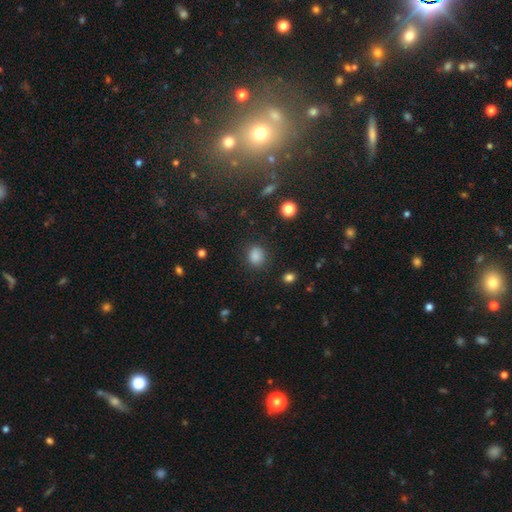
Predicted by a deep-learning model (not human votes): Overall: smooth (83%). How rounded: round (68%; in between 31%). Merging: none (82%).